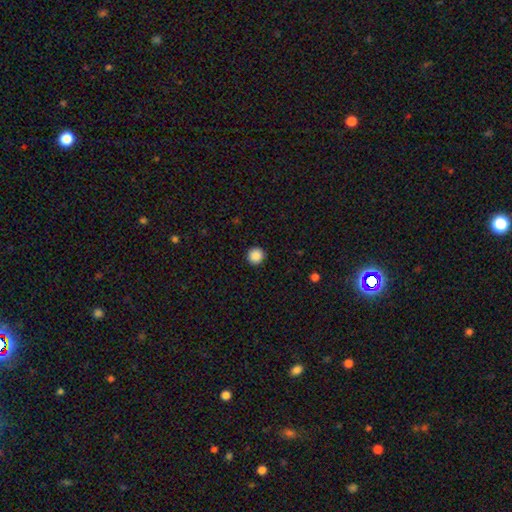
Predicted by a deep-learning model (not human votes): smooth 88%, star or artifact 9%, featured or disk 2%. Down the decision tree: how rounded — round (95%); merging — none (93%).